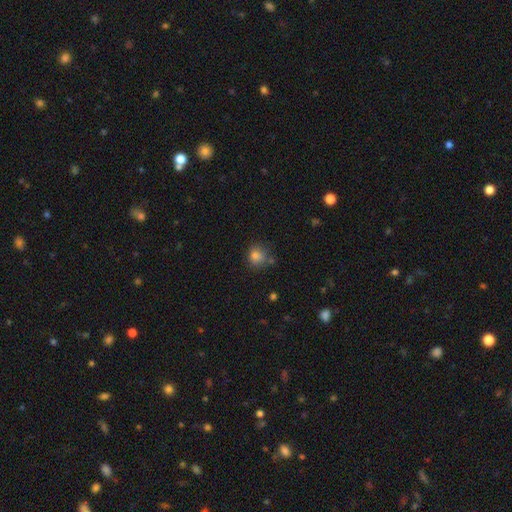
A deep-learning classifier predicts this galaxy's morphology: smooth_or_featured: smooth (p=0.82) [alt: star or artifact p=0.12]
how_rounded: round (p=0.80) [alt: in between p=0.19]
merging: none (p=0.64) [alt: minor disturbance p=0.20]